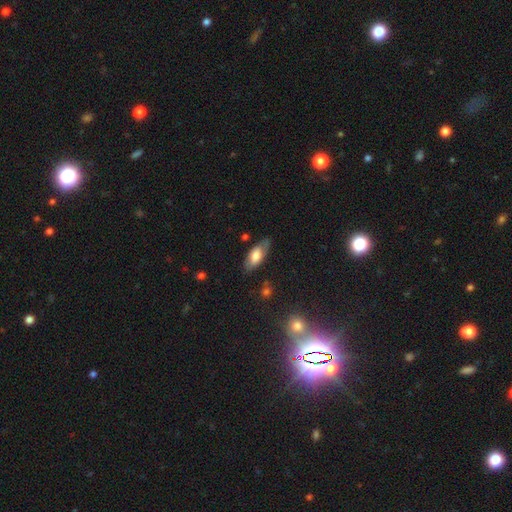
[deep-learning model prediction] smooth-or-featured: smooth: 64% | featured or disk: 30% | star or artifact: 6%
  how-rounded: in between: 85% | cigar-shaped: 13% | round: 2%
  merging: none: 73% | minor disturbance: 20% | major disturbance: 5% | merger: 2%